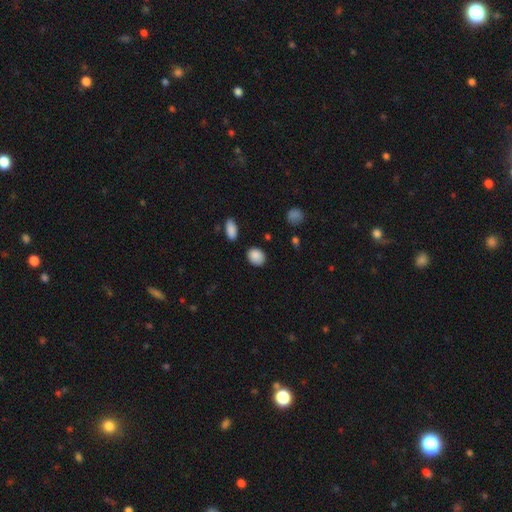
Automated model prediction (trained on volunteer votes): smooth-or-featured: smooth: 88% | star or artifact: 8% | featured or disk: 4%
  how-rounded: in between: 56% | round: 43% | cigar-shaped: 1%
  merging: none: 83% | minor disturbance: 11% | merger: 3% | major disturbance: 3%